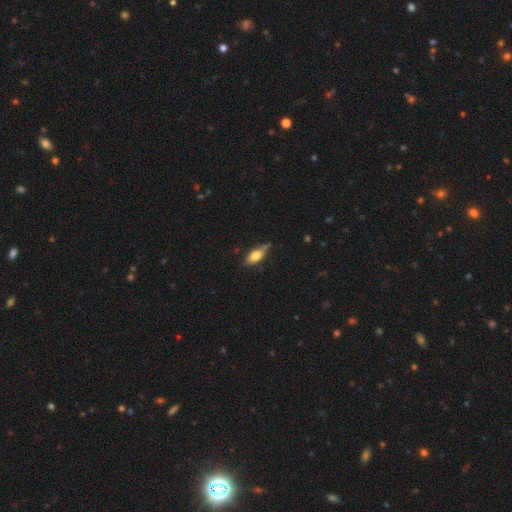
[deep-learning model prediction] The model was most divided on "merging": none: 61%, minor disturbance: 28%, major disturbance: 6%, merger: 5%. More confident: how rounded — in between (78%); smooth or featured — smooth (67%).